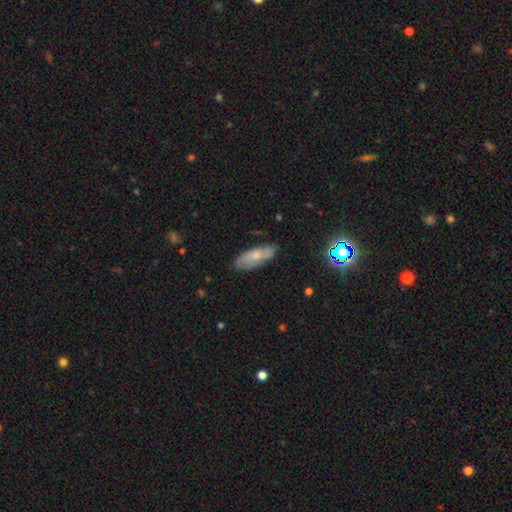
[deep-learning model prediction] smooth-or-featured: smooth: 51% | featured or disk: 40% | star or artifact: 9%
  how-rounded: in between: 70% | cigar-shaped: 27% | round: 3%
  merging: none: 75% | minor disturbance: 20% | major disturbance: 4% | merger: 2%